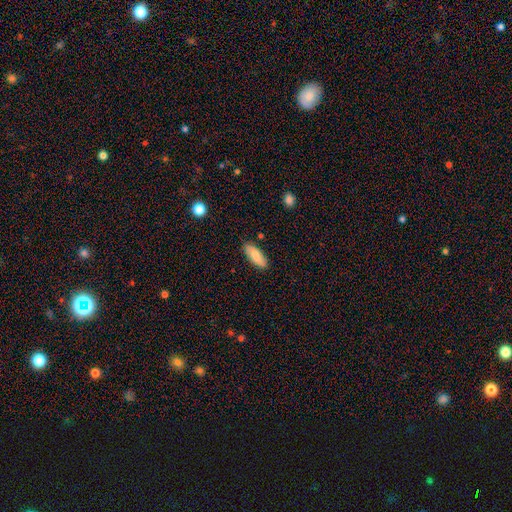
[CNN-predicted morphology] Overall: smooth (78%). How rounded: in between (77%). Merging: none (86%).